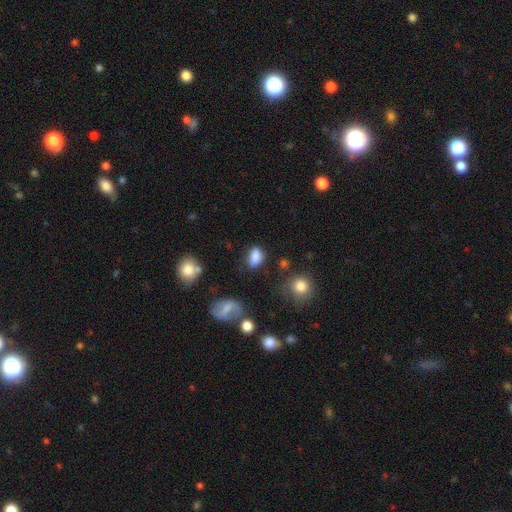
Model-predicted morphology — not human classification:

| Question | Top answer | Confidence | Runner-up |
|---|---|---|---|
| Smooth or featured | smooth | 82% | star or artifact (10%) |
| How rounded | in between | 83% | round (15%) |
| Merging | none | 69% | minor disturbance (20%) |